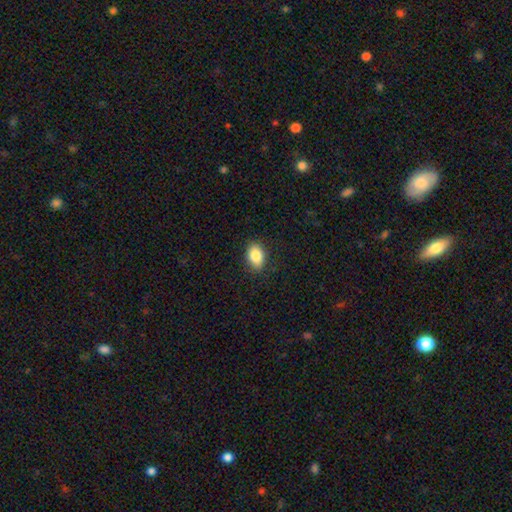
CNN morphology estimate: Smooth or featured: smooth — 85% (star or artifact — 8%)
How rounded: in between — 82% (round — 16%)
Merging: none — 86% (minor disturbance — 11%)